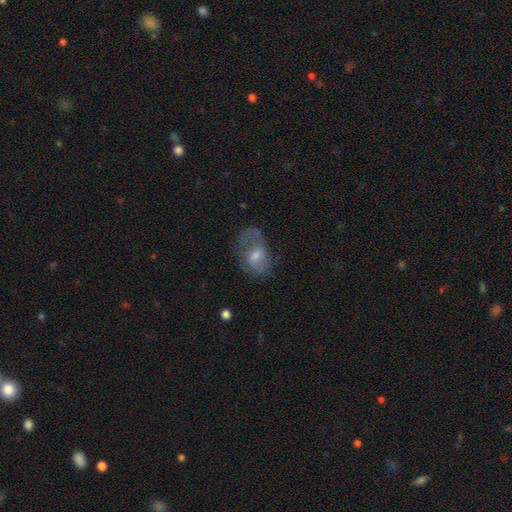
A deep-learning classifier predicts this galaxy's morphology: Overall: smooth (45%; featured or disk 44%). Merging: none (51%; minor disturbance 26%).